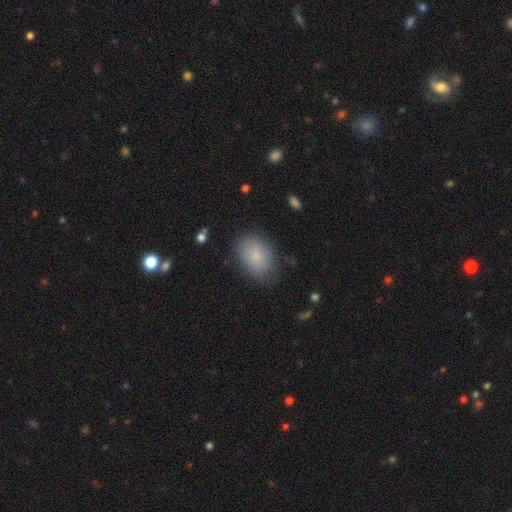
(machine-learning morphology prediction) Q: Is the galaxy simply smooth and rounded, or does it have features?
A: smooth — 83%.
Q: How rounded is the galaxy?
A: in between — 82%.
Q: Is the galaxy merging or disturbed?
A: none — 77%.